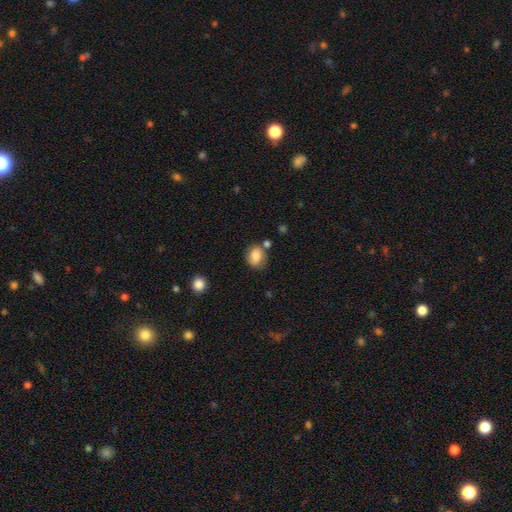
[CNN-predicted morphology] Smooth or featured: smooth — 80% (featured or disk — 11%)
How rounded: in between — 49% (tied with round — 49%)
Merging: none — 67% (minor disturbance — 17%)